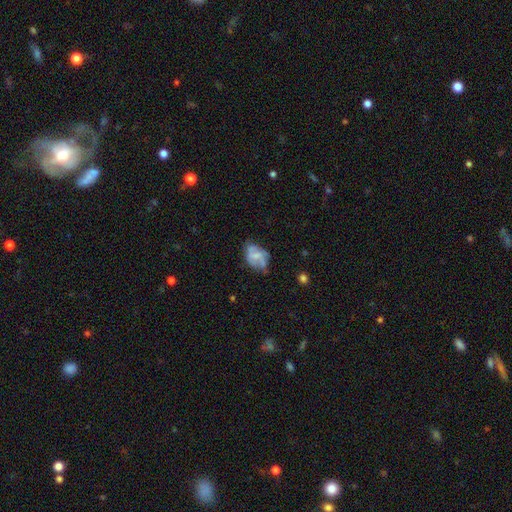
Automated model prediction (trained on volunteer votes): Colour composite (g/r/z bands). It shows a featured or disk galaxy (52%) with no bar (56%), no spiral arms (54%) and no central bulge (39%). Merging: none (42%).